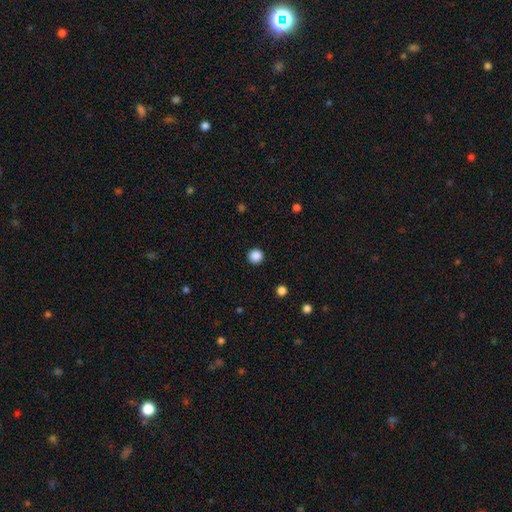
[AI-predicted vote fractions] The model was most divided on "smooth or featured": smooth: 87%, star or artifact: 10%, featured or disk: 2%. More confident: how rounded — round (95%); merging — none (93%).